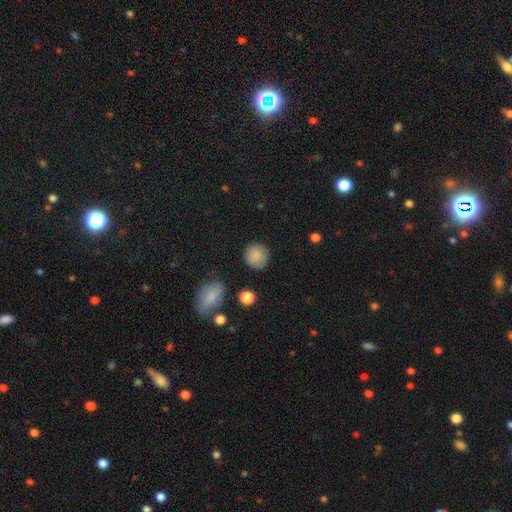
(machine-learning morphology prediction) Q: Smooth or featured?
A: smooth (86%); runner-up: star or artifact (8%)
Q: How rounded?
A: round (91%); runner-up: in between (8%)
Q: Merging?
A: none (86%); runner-up: minor disturbance (9%)